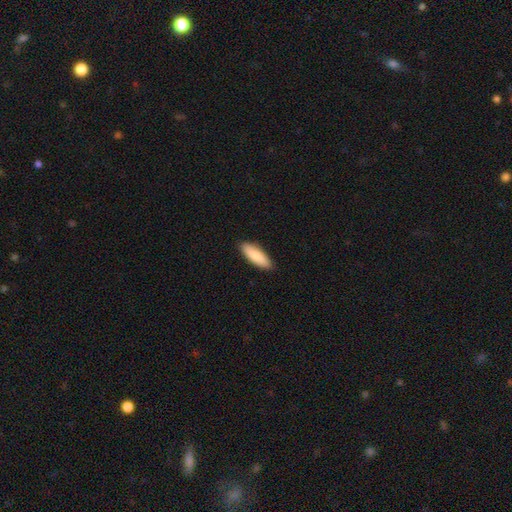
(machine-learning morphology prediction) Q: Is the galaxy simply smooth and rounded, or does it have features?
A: smooth — 85%.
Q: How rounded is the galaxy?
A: in between — 61%.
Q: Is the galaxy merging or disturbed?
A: none — 89%.